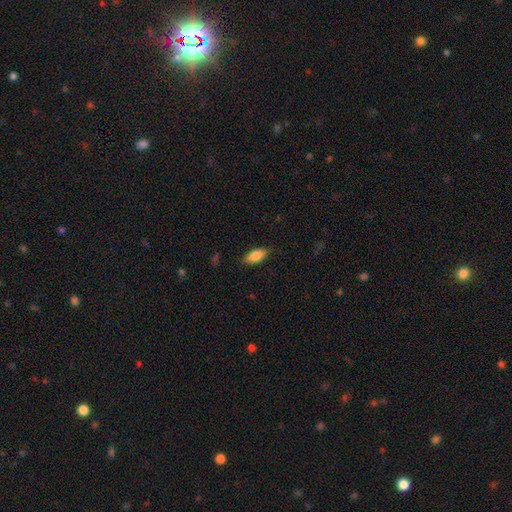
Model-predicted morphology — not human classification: smooth 83%, featured or disk 10%, star or artifact 6%. Down the decision tree: how rounded — in between (79%); merging — none (84%).